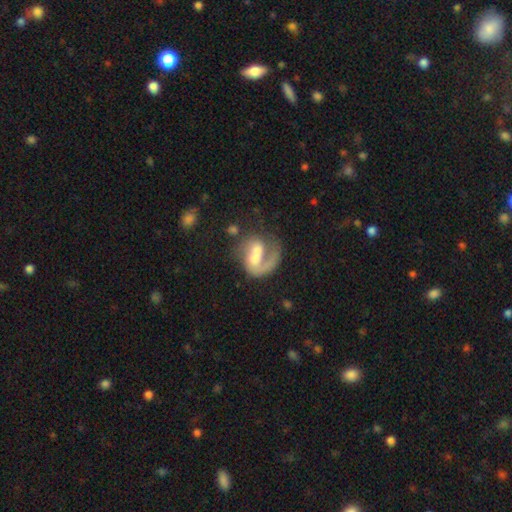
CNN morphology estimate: type=featured or disk (72%); edge-on=no (98%); bar=no (59%); spiral arms=yes (81%); winding=loose (39%); arm count=1 (83%); bulge=moderate (49%); merging=merger (31%).